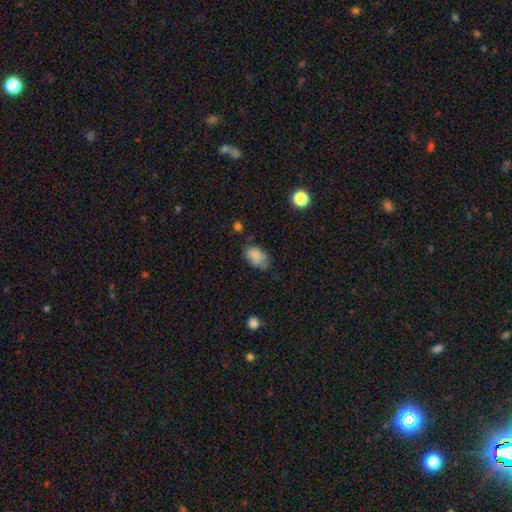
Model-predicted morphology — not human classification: Smooth or featured? Predicted: smooth (p=0.82). How rounded? Predicted: in between (p=0.89). Merging? Predicted: none (p=0.60).